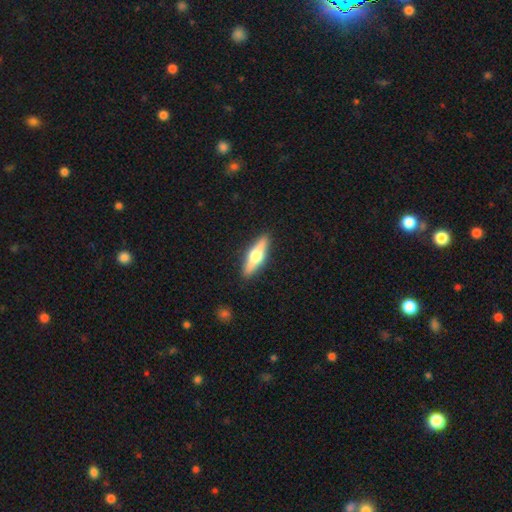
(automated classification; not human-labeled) smooth-or-featured: featured or disk: 57% | smooth: 37% | star or artifact: 5%
  disk-edge-on: yes: 94% | no: 6%
    edge-on-bulge: rounded: 95% | boxy: 3% | none: 2%
  merging: none: 90% | minor disturbance: 7% | major disturbance: 2% | merger: 1%